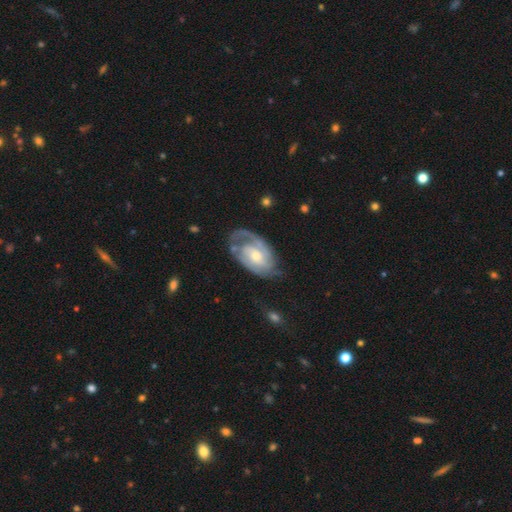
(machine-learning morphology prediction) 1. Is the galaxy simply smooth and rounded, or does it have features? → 83% featured or disk, 12% smooth, 4% star or artifact.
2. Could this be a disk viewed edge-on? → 96% no, 4% yes.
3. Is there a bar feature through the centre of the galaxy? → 57% no, 35% weak, 8% strong.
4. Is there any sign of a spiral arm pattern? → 93% yes, 7% no.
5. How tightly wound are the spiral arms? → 54% tight, 35% medium, 11% loose.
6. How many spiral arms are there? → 49% 2, 20% can't tell, 16% 1, 9% 3, 3% 4, 2% more than 4.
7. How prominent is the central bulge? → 51% small, 44% moderate, 3% large, 2% none, 1% dominant.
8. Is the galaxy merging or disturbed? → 59% none, 23% minor disturbance, 15% major disturbance, 3% merger.